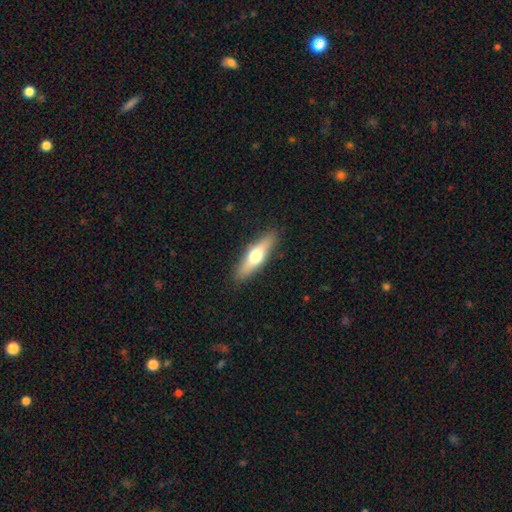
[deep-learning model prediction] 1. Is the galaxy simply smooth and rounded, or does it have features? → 55% smooth, 39% featured or disk, 6% star or artifact.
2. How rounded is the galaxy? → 64% cigar-shaped, 34% in between, 2% round.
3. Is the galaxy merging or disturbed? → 88% none, 9% minor disturbance, 2% major disturbance, 1% merger.